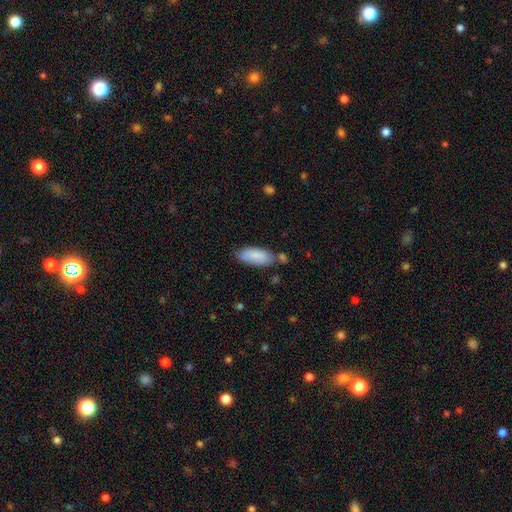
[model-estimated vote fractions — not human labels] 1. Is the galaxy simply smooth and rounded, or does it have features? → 85% smooth, 9% featured or disk, 6% star or artifact.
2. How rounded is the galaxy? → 82% in between, 16% cigar-shaped, 2% round.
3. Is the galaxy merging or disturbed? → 66% none, 20% minor disturbance, 10% merger, 4% major disturbance.